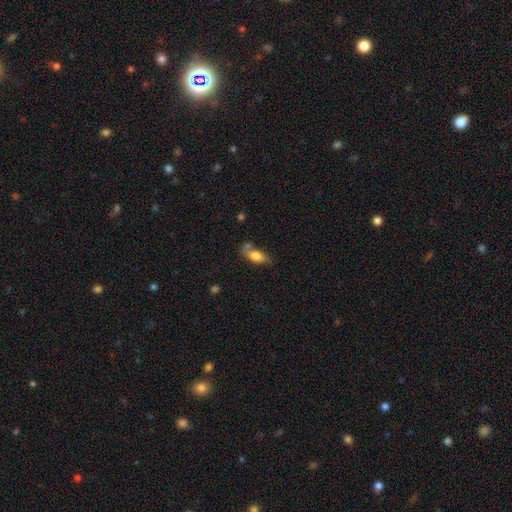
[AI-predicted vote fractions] Smooth or featured? Predicted: smooth (p=0.74). How rounded? Predicted: in between (p=0.85). Merging? Predicted: none (p=0.43).